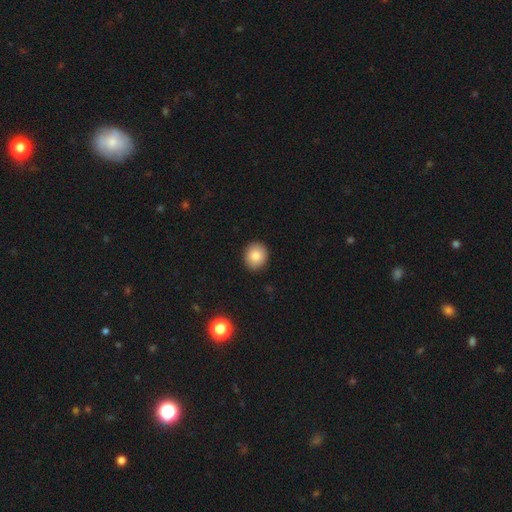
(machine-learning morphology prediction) type=smooth (85%); roundness=round (79%); merging=none (91%).